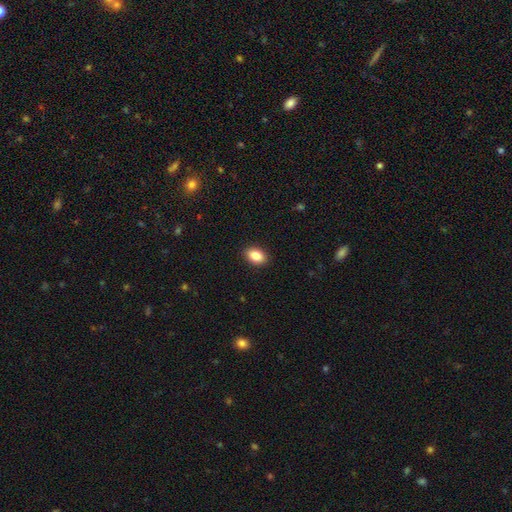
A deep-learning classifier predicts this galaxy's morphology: Smooth or featured: smooth — 87% (star or artifact — 8%)
How rounded: in between — 86% (round — 12%)
Merging: none — 90% (minor disturbance — 7%)